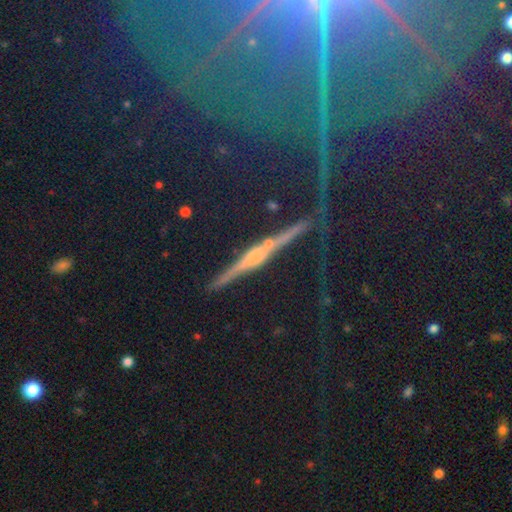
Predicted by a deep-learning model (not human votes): featured or disk 68%, star or artifact 19%, smooth 13%. Down the decision tree: edge-on disk — yes (92%); edge-on bulge — rounded (73%); merging — none (79%).